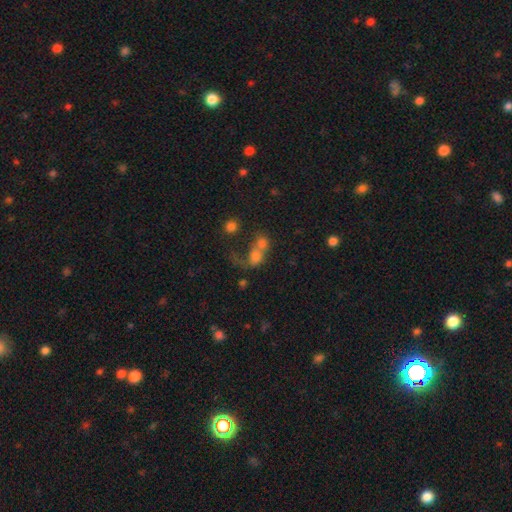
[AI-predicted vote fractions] Q: Smooth or featured?
A: smooth (63%); runner-up: featured or disk (22%)
Q: How rounded?
A: in between (53%); runner-up: round (45%)
Q: Merging?
A: merger (64%); runner-up: none (15%)